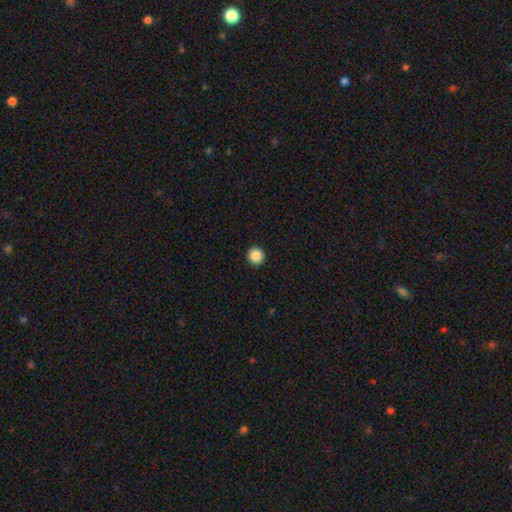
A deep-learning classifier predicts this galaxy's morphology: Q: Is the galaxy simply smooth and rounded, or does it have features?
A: smooth — 87%.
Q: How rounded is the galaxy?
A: round — 96%.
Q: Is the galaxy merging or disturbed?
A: none — 94%.